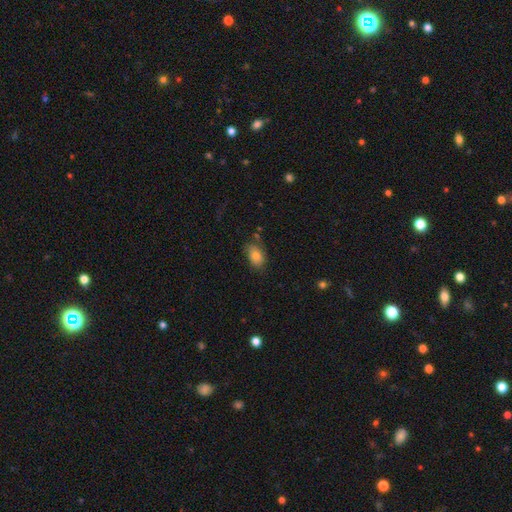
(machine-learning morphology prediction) Smooth or featured? Predicted: smooth (p=0.81). How rounded? Predicted: in between (p=0.88). Merging? Predicted: none (p=0.65).